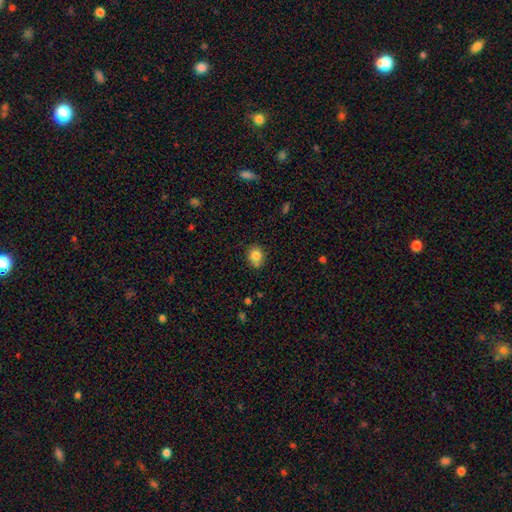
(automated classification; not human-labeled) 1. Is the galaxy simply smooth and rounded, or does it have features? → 82% smooth, 10% star or artifact, 8% featured or disk.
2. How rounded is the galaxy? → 73% round, 26% in between, 1% cigar-shaped.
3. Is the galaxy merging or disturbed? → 69% none, 19% minor disturbance, 9% merger, 4% major disturbance.